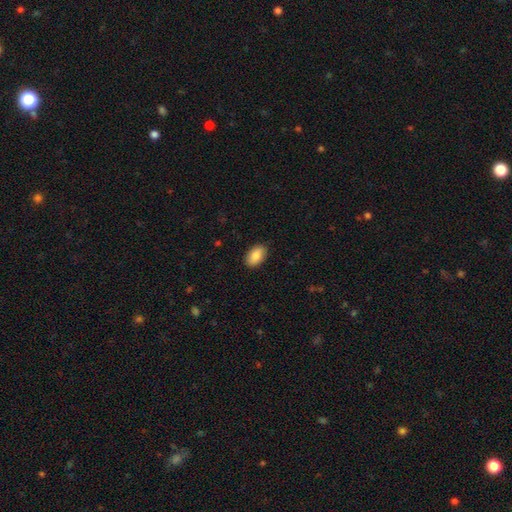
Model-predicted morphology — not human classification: This appears to be a smooth galaxy with no disk features (86%) that is in between round and cigar-shaped (93%). Merging: none (89%).